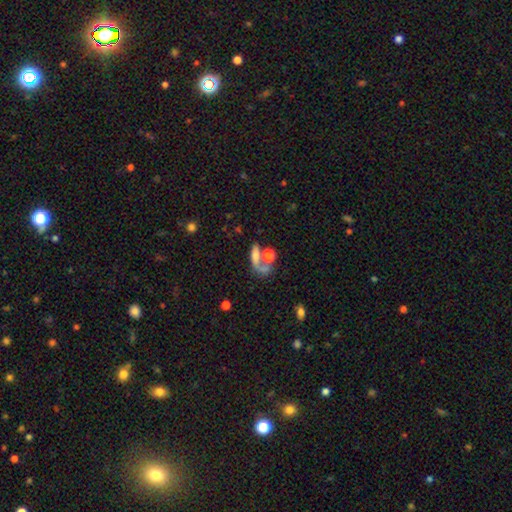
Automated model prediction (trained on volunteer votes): The model was most divided on "merging": merger: 41%, none: 29%, major disturbance: 19%, minor disturbance: 11%. More confident: smooth or featured — smooth (57%); how rounded — in between (55%).